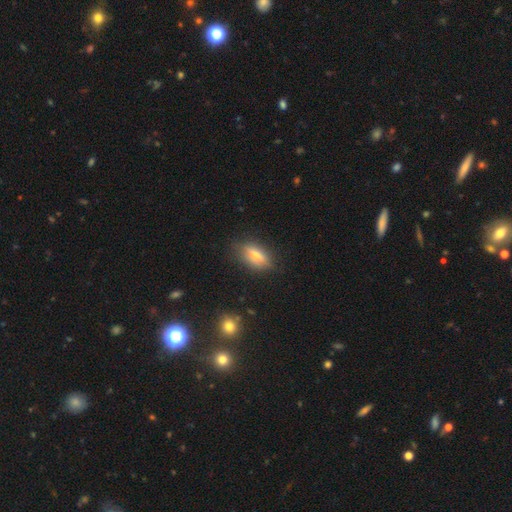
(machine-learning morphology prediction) A featured or disk galaxy (47%).

Vote fractions:
- Smooth or featured? featured or disk: 47% / smooth: 43% / star or artifact: 10%
- Merging? none: 80% / minor disturbance: 15% / major disturbance: 4% / merger: 1%